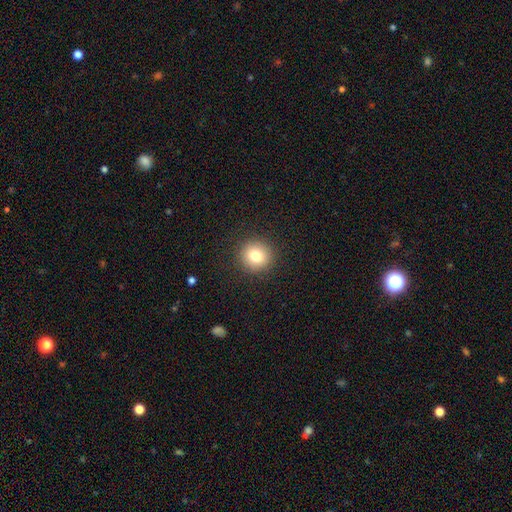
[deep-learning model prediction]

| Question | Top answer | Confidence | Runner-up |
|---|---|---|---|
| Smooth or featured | smooth | 80% | star or artifact (11%) |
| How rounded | round | 91% | in between (8%) |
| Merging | none | 91% | minor disturbance (6%) |